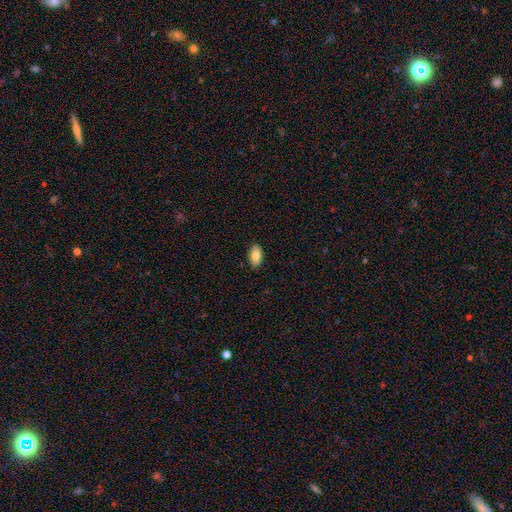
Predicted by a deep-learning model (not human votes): This appears to be a smooth galaxy with no disk features (82%) that is in between round and cigar-shaped (93%). Merging: none (89%).